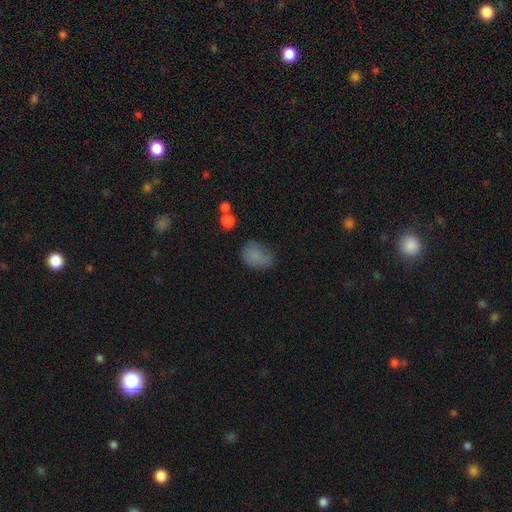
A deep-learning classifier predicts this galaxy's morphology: Smooth or featured? smooth (78%)
How rounded? in between (68%)
Merging? none (53%)